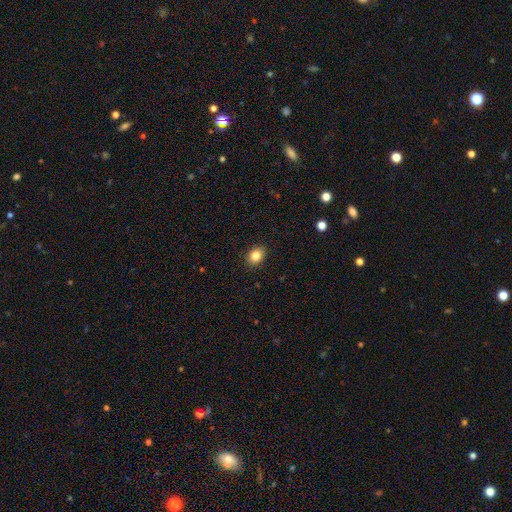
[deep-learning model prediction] The model was most divided on "how rounded": in between: 59%, round: 40%, cigar-shaped: 1%. More confident: merging — none (89%); smooth or featured — smooth (85%).